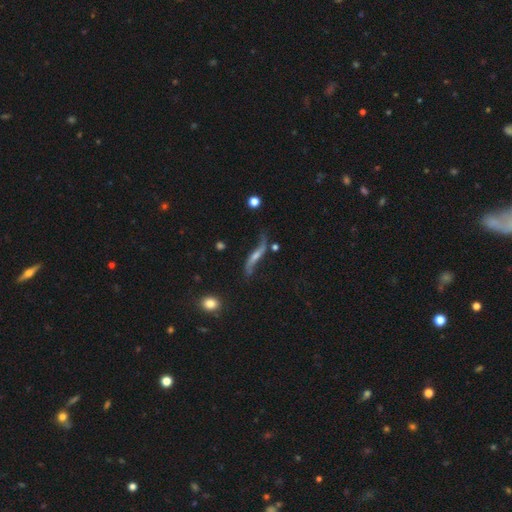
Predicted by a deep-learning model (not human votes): Morphology: type=featured or disk (79%); edge-on=no (60%); merging=none (56%).